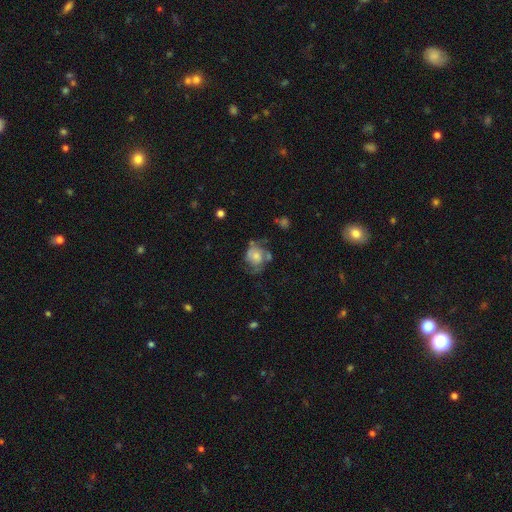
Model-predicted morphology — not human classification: Smooth or featured? featured or disk (49%)
Merging? none (40%)